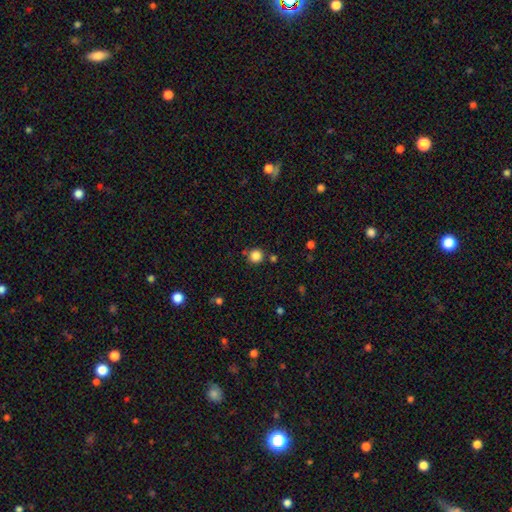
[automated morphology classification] Overall: smooth (84%). How rounded: round (94%). Merging: none (82%).